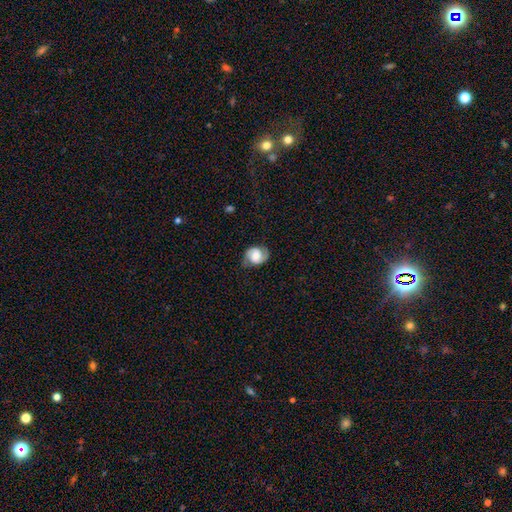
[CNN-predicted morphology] Smooth or featured? Predicted: featured or disk (p=0.69). Edge-on disk? Predicted: no (p=0.98). Bar? Predicted: no (p=0.59). Spiral arms? Predicted: yes (p=0.94). Spiral winding? Predicted: medium (p=0.46). Spiral arm count? Predicted: 2 (p=0.90). Bulge size? Predicted: large (p=0.37). Merging? Predicted: none (p=0.74).